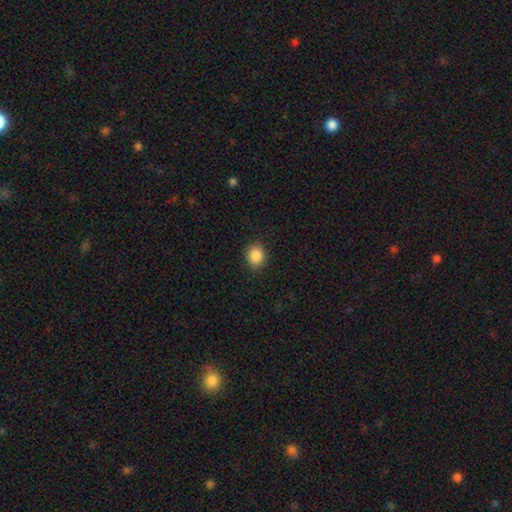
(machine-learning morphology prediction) Q: Smooth or featured?
A: smooth (87%); runner-up: star or artifact (9%)
Q: How rounded?
A: round (76%); runner-up: in between (23%)
Q: Merging?
A: none (90%); runner-up: minor disturbance (7%)